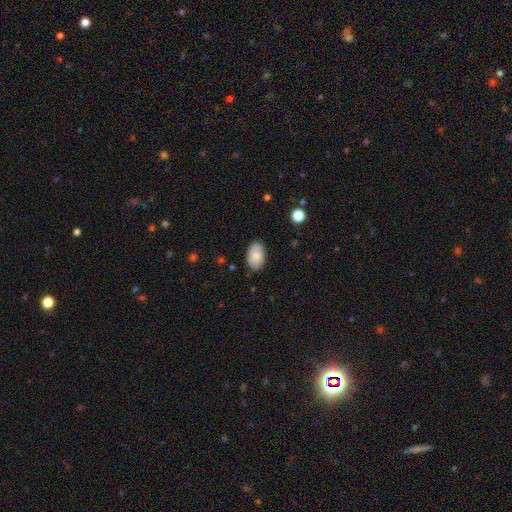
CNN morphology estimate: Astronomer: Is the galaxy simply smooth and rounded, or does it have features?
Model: smooth — 83%.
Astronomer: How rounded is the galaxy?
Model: in between — 92%.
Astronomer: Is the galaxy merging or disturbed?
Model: none — 82%.